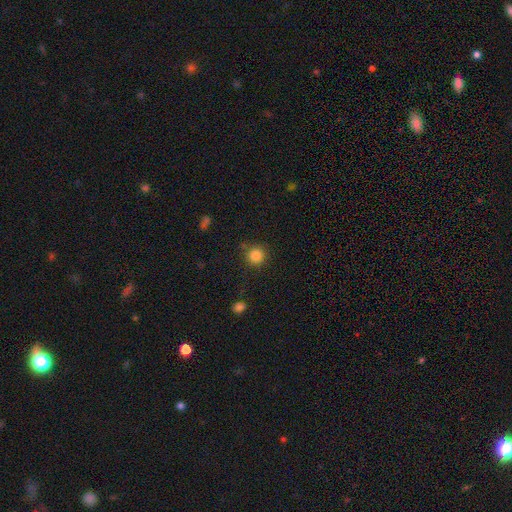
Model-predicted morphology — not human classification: Overall: smooth (85%). How rounded: round (93%). Merging: none (83%).